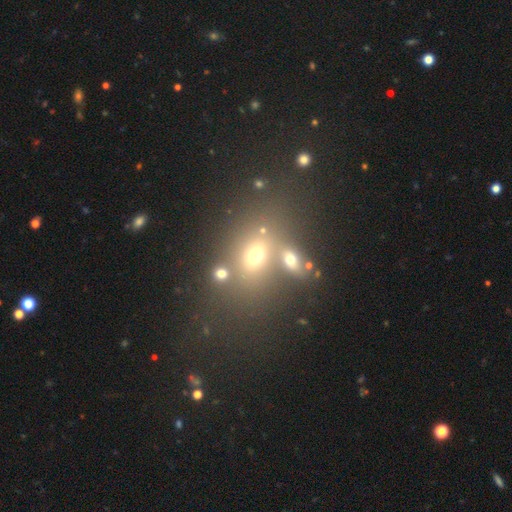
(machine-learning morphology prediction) smooth_or_featured: smooth (p=0.58) [alt: star or artifact p=0.21]
how_rounded: in between (p=0.70) [alt: round p=0.25]
merging: none (p=0.54) [alt: merger p=0.27]